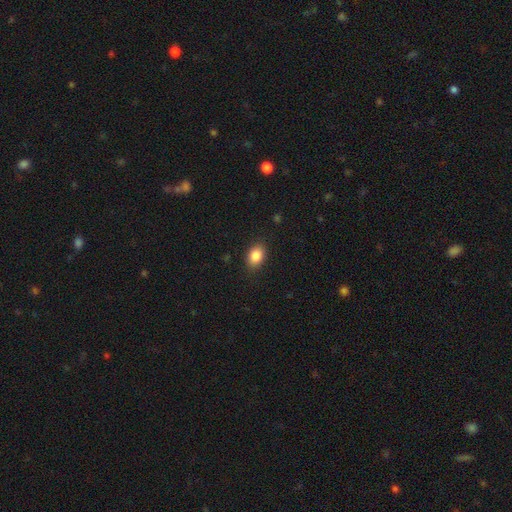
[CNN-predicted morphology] type=smooth (86%); roundness=in between (80%); merging=none (87%).